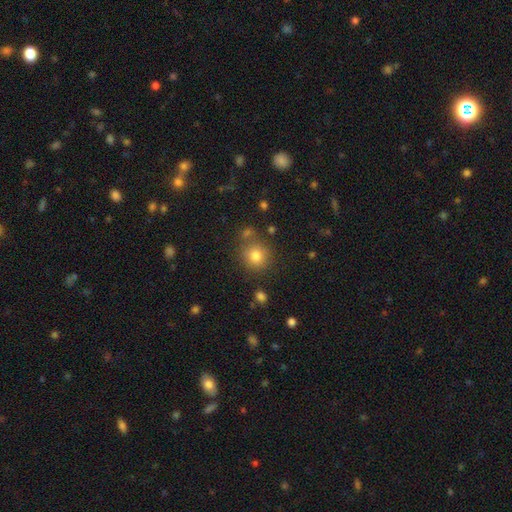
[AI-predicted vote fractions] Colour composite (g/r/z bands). It shows a smooth galaxy with no disk features (79%) that is round (88%). Merging: none (76%).